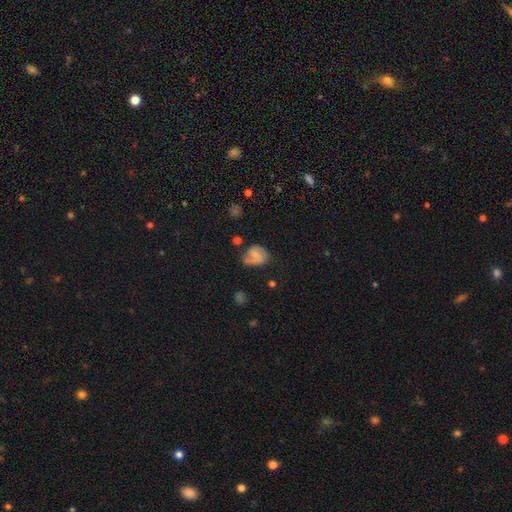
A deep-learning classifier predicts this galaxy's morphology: smooth-or-featured: smooth: 51% | featured or disk: 38% | star or artifact: 10%
  how-rounded: in between: 53% | round: 46% | cigar-shaped: 1%
  merging: none: 49% | minor disturbance: 31% | major disturbance: 16% | merger: 4%